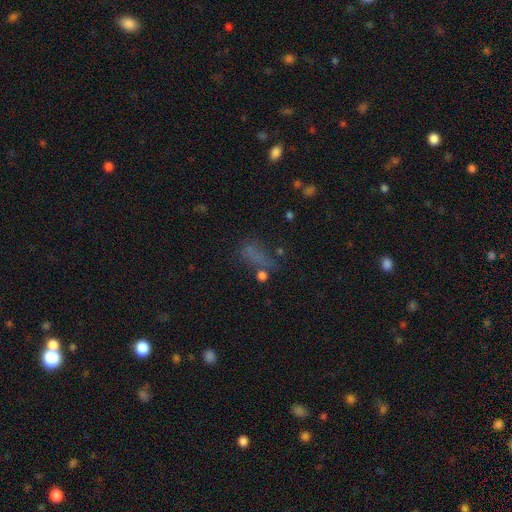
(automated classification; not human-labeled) Smooth or featured: smooth — 52% (star or artifact — 32%)
How rounded: in between — 66% (round — 17%)
Merging: none — 44% (major disturbance — 25%)